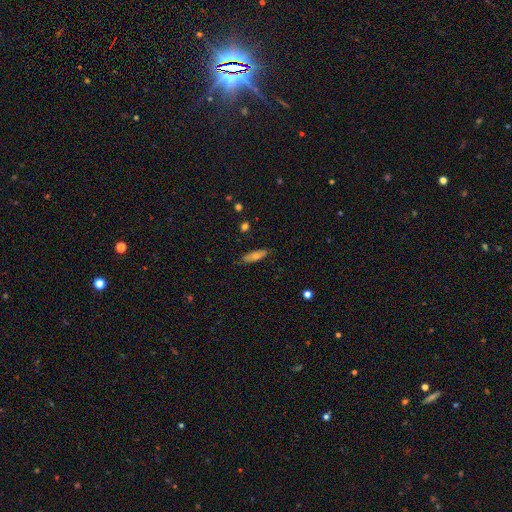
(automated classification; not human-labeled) A smooth galaxy with no disk features (56%) that is cigar-shaped (60%). Merging: none (84%).